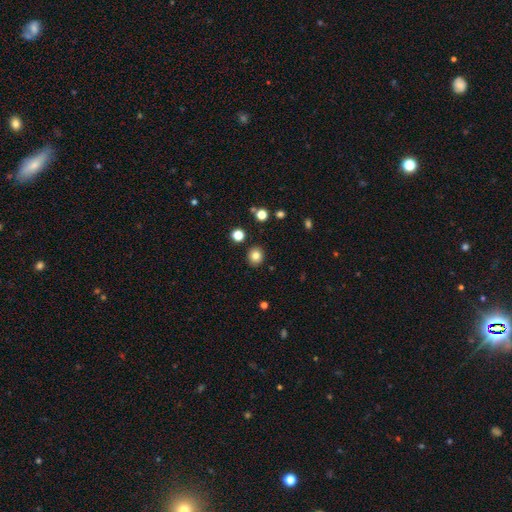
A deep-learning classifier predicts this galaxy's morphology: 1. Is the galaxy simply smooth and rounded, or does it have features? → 81% smooth, 12% star or artifact, 7% featured or disk.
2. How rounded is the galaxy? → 82% round, 17% in between, 1% cigar-shaped.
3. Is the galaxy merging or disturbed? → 90% none, 6% minor disturbance, 2% merger, 2% major disturbance.